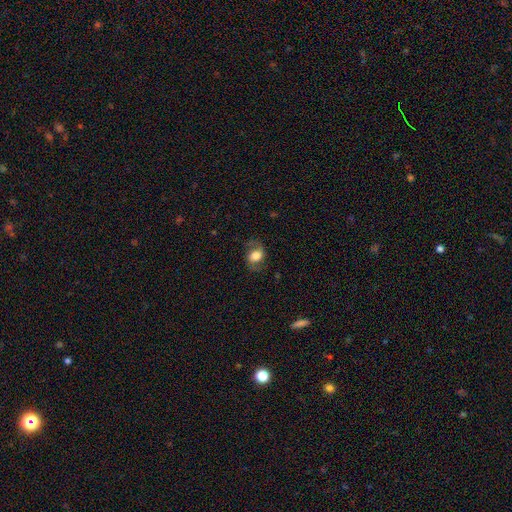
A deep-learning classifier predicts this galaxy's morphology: Q: Smooth or featured?
A: smooth (52%); runner-up: featured or disk (38%)
Q: How rounded?
A: in between (64%); runner-up: round (34%)
Q: Merging?
A: none (68%); runner-up: minor disturbance (19%)